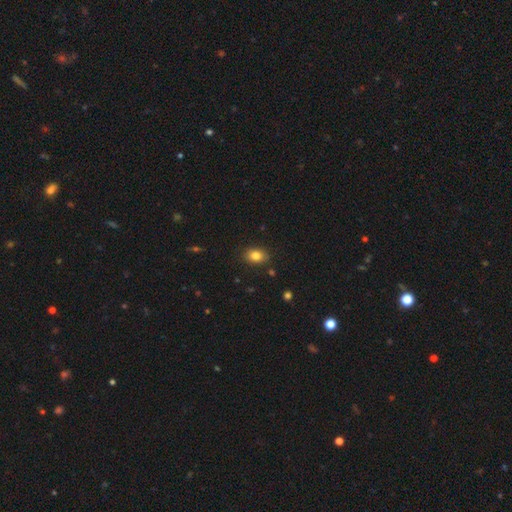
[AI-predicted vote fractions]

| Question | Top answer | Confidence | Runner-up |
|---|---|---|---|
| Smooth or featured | smooth | 83% | star or artifact (10%) |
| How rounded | in between | 74% | round (25%) |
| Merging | none | 86% | minor disturbance (10%) |